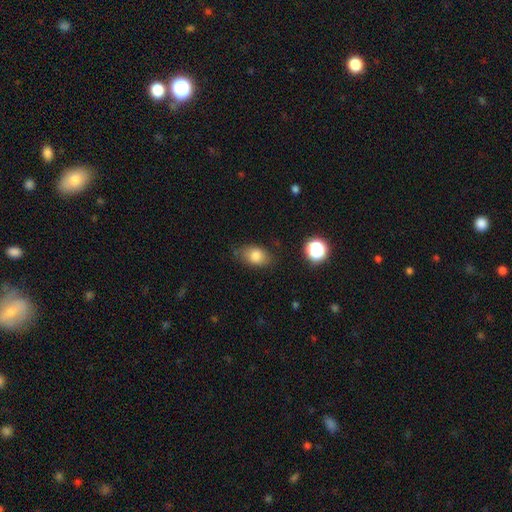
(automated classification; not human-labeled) A smooth galaxy with no disk features (79%) that is in between round and cigar-shaped (79%).

Vote fractions:
- Smooth or featured? smooth: 79% / featured or disk: 10% / star or artifact: 10%
- How rounded? in between: 79% / round: 20% / cigar-shaped: 2%
- Merging? none: 73% / minor disturbance: 20% / major disturbance: 5% / merger: 2%